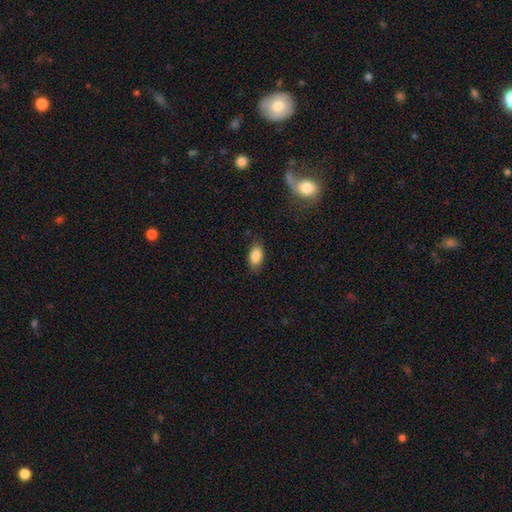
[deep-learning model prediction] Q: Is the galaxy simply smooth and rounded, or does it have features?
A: smooth — 86%.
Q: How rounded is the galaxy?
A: in between — 90%.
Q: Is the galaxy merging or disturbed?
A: none — 81%.